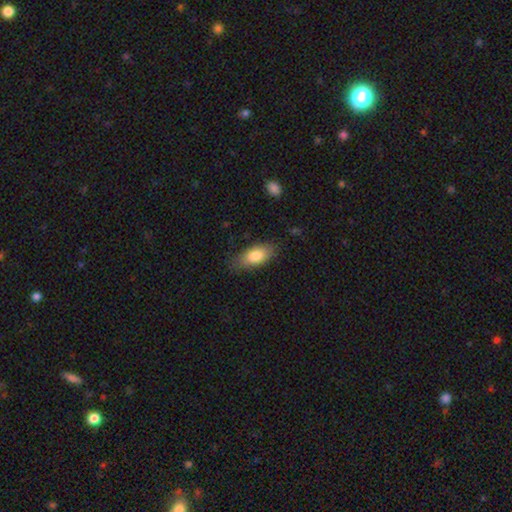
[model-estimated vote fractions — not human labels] Smooth or featured: smooth — 81% (featured or disk — 12%)
How rounded: in between — 87% (cigar-shaped — 9%)
Merging: none — 74% (minor disturbance — 20%)